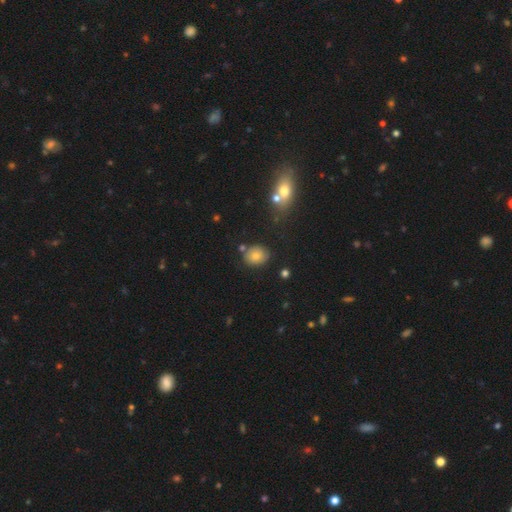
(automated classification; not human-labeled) This appears to be a smooth galaxy with no disk features (76%) that is round (58%). Merging: none (77%).